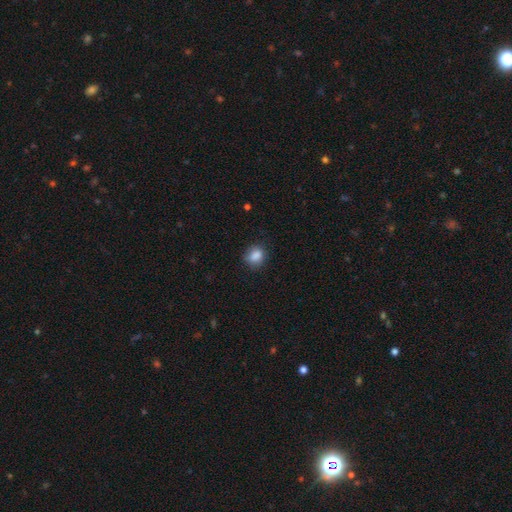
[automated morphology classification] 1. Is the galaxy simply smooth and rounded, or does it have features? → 85% smooth, 9% star or artifact, 6% featured or disk.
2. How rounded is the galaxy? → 53% in between, 45% round, 1% cigar-shaped.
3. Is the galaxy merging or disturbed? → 72% none, 21% minor disturbance, 5% major disturbance, 2% merger.